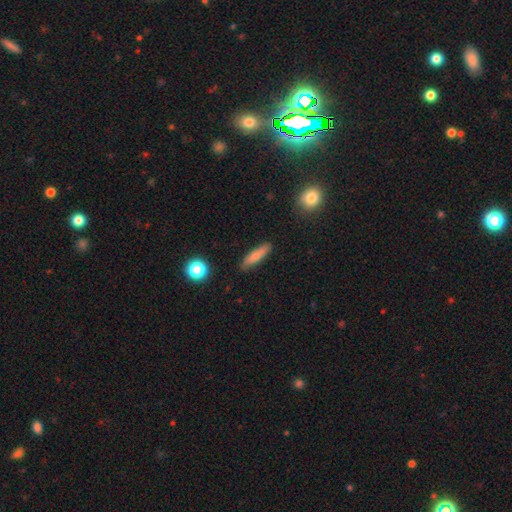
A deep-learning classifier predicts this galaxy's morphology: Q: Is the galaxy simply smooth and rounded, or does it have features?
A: smooth — 70%.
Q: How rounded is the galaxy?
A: cigar-shaped — 72%.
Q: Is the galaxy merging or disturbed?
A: none — 85%.